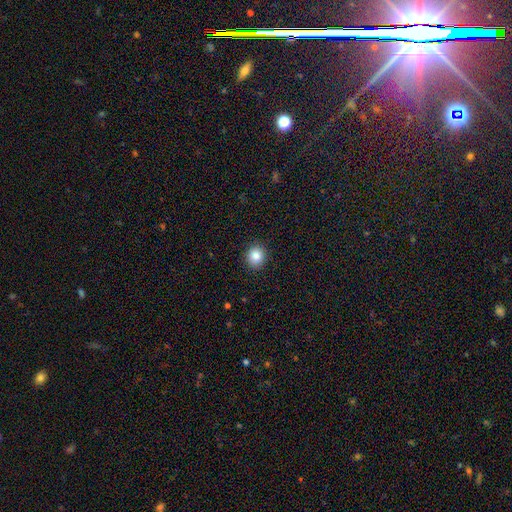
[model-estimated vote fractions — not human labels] Q: Smooth or featured?
A: smooth (85%); runner-up: star or artifact (10%)
Q: How rounded?
A: round (80%); runner-up: in between (19%)
Q: Merging?
A: none (91%); runner-up: minor disturbance (6%)